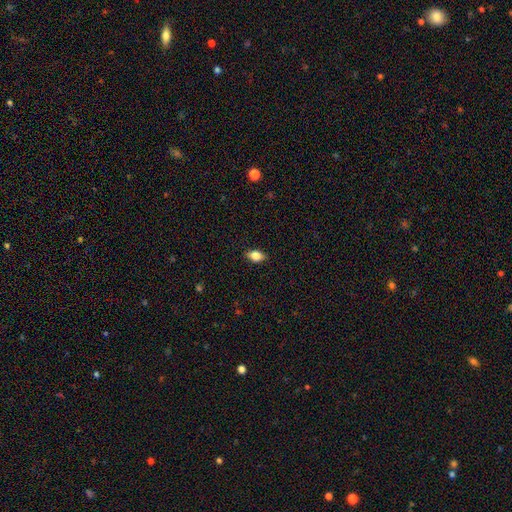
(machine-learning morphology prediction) A smooth galaxy with no disk features (79%) that is in between round and cigar-shaped (80%).

Vote fractions:
- Smooth or featured? smooth: 79% / featured or disk: 12% / star or artifact: 9%
- How rounded? in between: 80% / round: 16% / cigar-shaped: 4%
- Merging? none: 86% / minor disturbance: 11% / major disturbance: 2% / merger: 1%